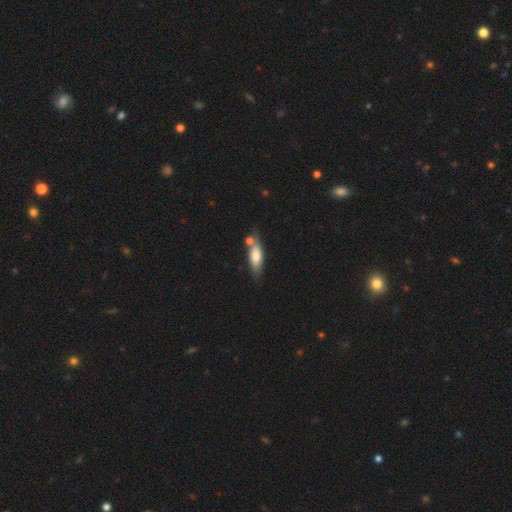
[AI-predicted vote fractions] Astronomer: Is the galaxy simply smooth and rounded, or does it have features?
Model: smooth — 71%.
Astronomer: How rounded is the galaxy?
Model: in between — 59% (runner-up: cigar-shaped, 38%).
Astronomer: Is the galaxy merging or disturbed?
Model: none — 58%.